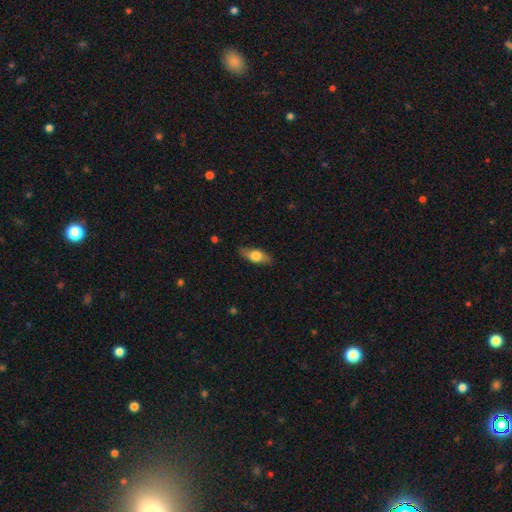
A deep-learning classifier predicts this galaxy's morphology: smooth_or_featured: smooth (p=0.64) [alt: featured or disk p=0.30]
how_rounded: in between (p=0.75) [alt: cigar-shaped p=0.21]
merging: none (p=0.84) [alt: minor disturbance p=0.13]